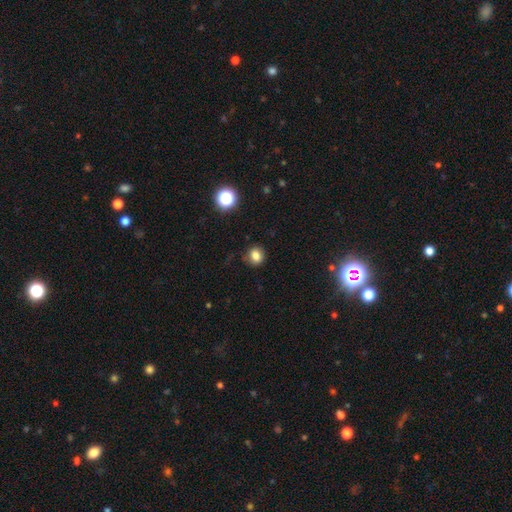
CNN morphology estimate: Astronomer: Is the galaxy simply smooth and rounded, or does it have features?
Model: smooth — 81%.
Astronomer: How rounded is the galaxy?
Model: round — 69%.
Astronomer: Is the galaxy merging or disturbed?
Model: none — 79%.